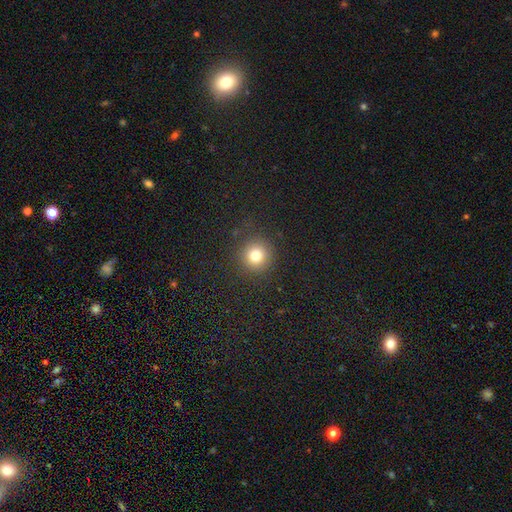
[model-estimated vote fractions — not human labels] Q: Smooth or featured?
A: smooth (79%); runner-up: star or artifact (14%)
Q: How rounded?
A: round (94%); runner-up: in between (5%)
Q: Merging?
A: none (88%); runner-up: minor disturbance (7%)